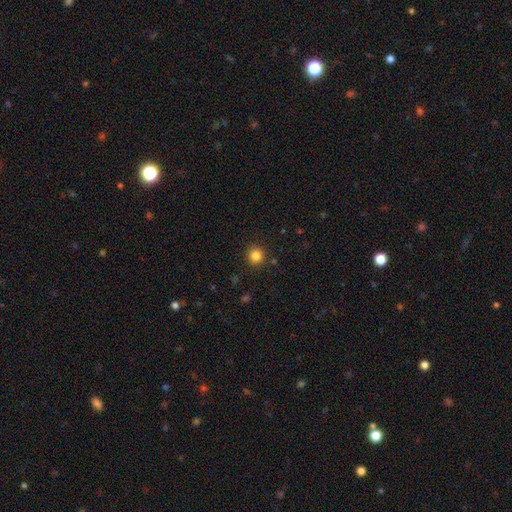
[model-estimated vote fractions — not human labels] A smooth galaxy with no disk features (84%) that is round (93%).

Vote fractions:
- Smooth or featured? smooth: 84% / star or artifact: 12% / featured or disk: 5%
- How rounded? round: 93% / in between: 6% / cigar-shaped: 1%
- Merging? none: 90% / minor disturbance: 6% / major disturbance: 2% / merger: 2%